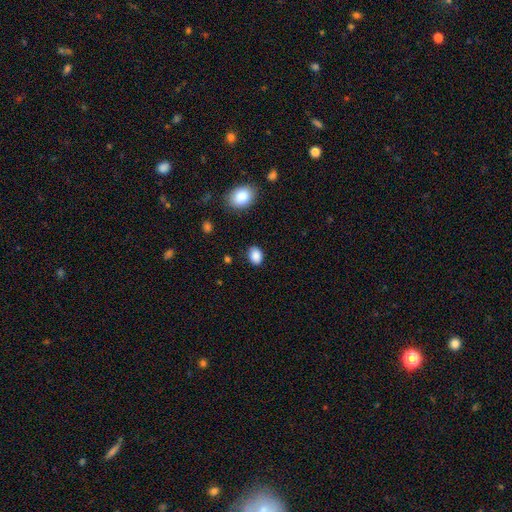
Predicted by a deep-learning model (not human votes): Q: Smooth or featured?
A: smooth (88%); runner-up: star or artifact (9%)
Q: How rounded?
A: in between (70%); runner-up: round (29%)
Q: Merging?
A: none (85%); runner-up: minor disturbance (11%)